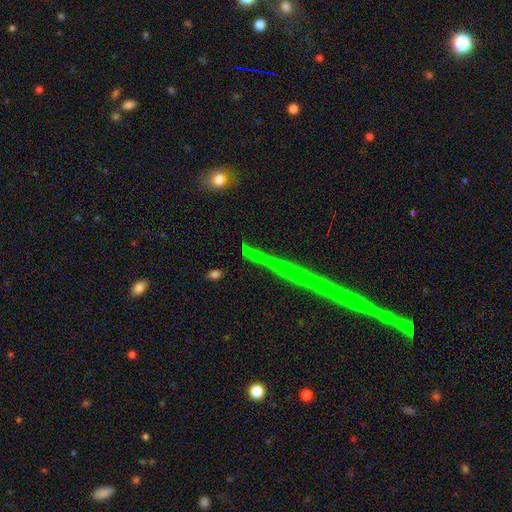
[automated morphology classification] This is likely a star or artifact rather than a galaxy (64%).